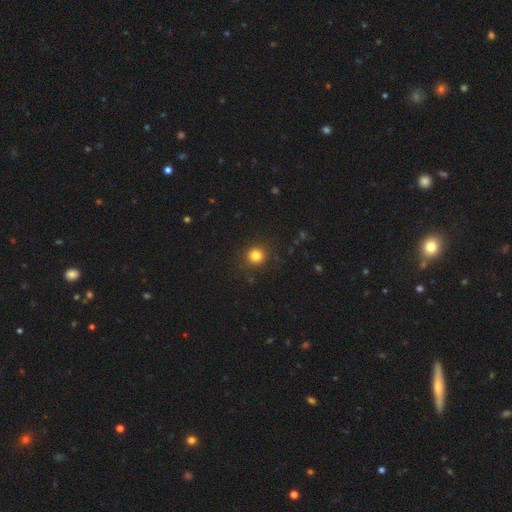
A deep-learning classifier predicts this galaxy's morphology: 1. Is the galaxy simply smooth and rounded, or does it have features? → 82% smooth, 13% star or artifact, 5% featured or disk.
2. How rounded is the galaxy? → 92% round, 7% in between, 1% cigar-shaped.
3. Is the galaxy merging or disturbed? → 89% none, 7% minor disturbance, 3% major disturbance, 1% merger.